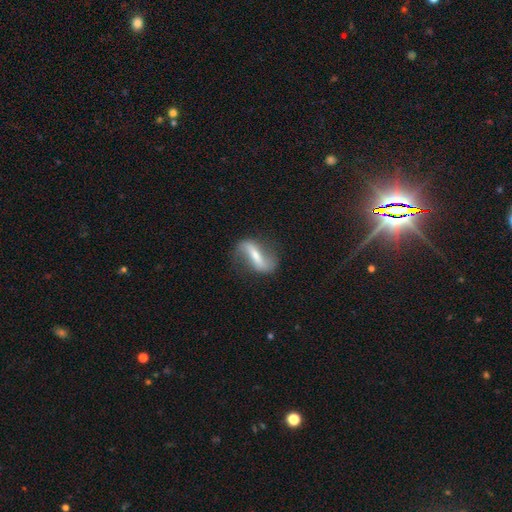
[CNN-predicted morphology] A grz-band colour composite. It shows a featured or disk galaxy (68%) with a strong bar (63%), spiral arms (79%) and a small central bulge (41%). Merging: none (67%).